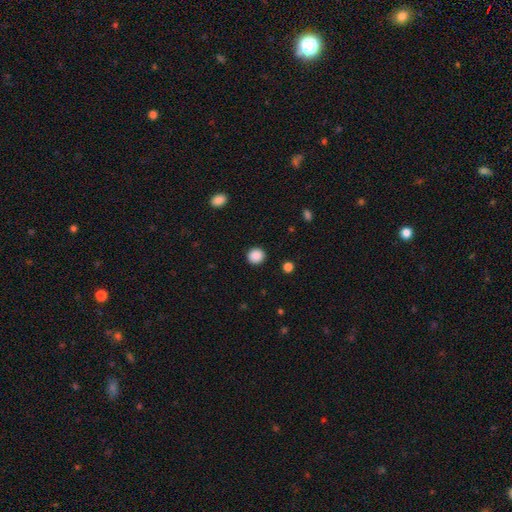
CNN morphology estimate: A smooth galaxy with no disk features (88%) that is round (91%).

Vote fractions:
- Smooth or featured? smooth: 88% / star or artifact: 9% / featured or disk: 2%
- How rounded? round: 91% / in between: 8% / cigar-shaped: 1%
- Merging? none: 92% / minor disturbance: 5% / major disturbance: 2% / merger: 1%